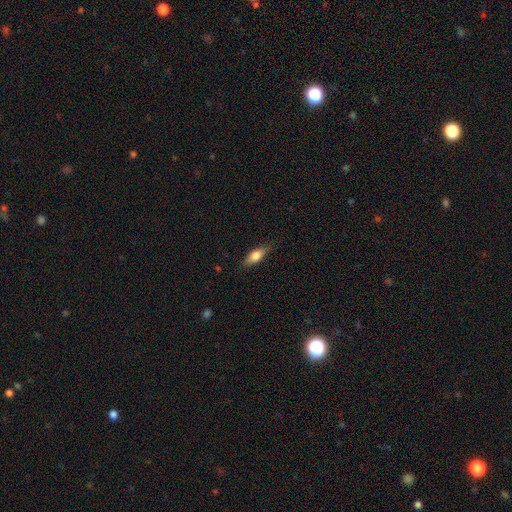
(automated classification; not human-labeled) Q: Smooth or featured?
A: smooth (68%); runner-up: featured or disk (25%)
Q: How rounded?
A: in between (68%); runner-up: cigar-shaped (29%)
Q: Merging?
A: none (82%); runner-up: minor disturbance (14%)